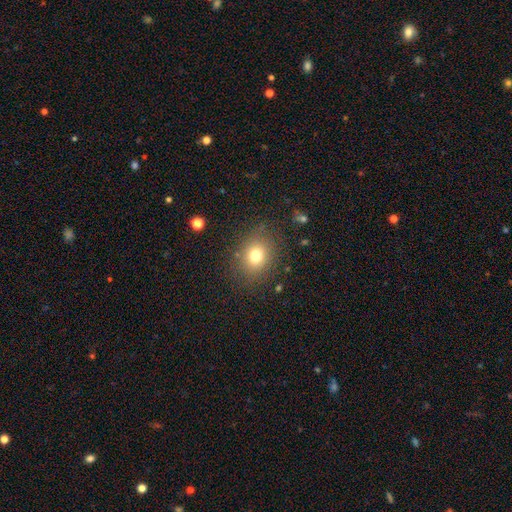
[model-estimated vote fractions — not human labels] Q: Smooth or featured?
A: smooth (75%); runner-up: star or artifact (14%)
Q: How rounded?
A: round (58%); runner-up: in between (41%)
Q: Merging?
A: none (83%); runner-up: minor disturbance (10%)